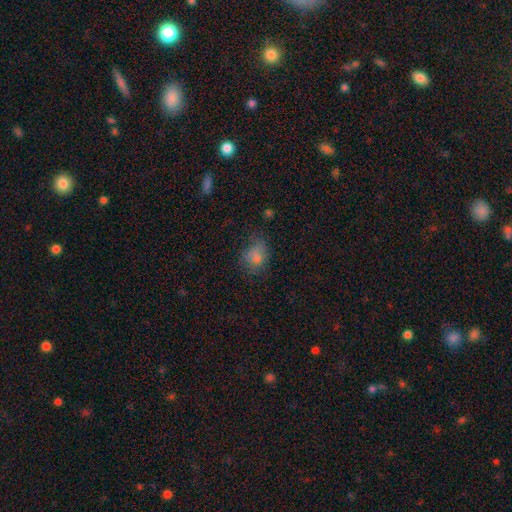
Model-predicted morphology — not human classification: The model was most divided on "how rounded": in between: 51%, round: 47%, cigar-shaped: 1%. Remaining: smooth or featured — smooth (75%); merging — none (49%).